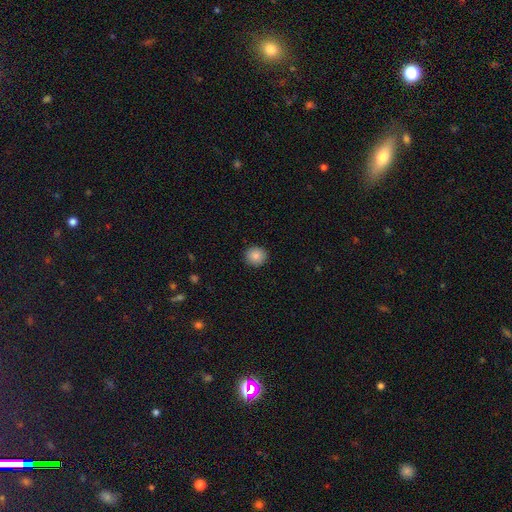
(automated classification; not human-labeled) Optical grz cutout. It shows a smooth galaxy with no disk features (86%) that is round (91%). Merging: none (91%).